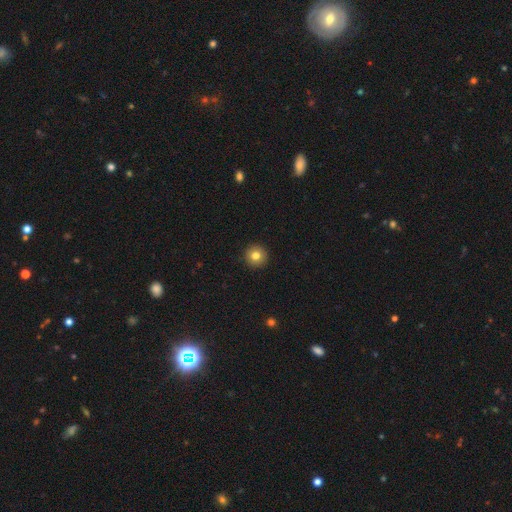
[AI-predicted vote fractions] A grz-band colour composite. It shows a smooth galaxy with no disk features (81%) that is round (96%). Merging: none (93%).